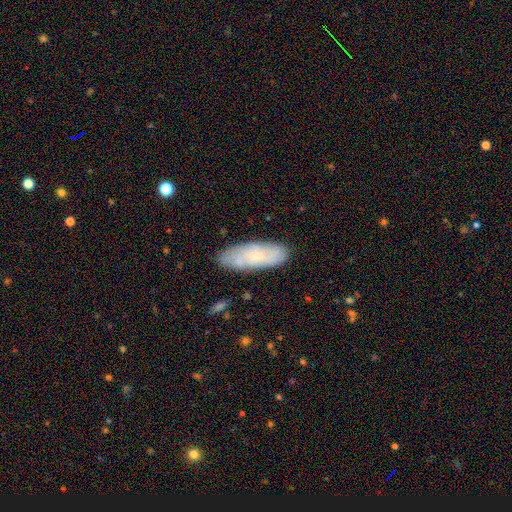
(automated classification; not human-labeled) Smooth or featured?
  - smooth: 53% *
  - featured or disk: 39%
  - star or artifact: 8%
How rounded?
  - in between: 65% *
  - cigar-shaped: 33%
  - round: 2%
Merging?
  - none: 81% *
  - minor disturbance: 14%
  - major disturbance: 3%
  - merger: 2%